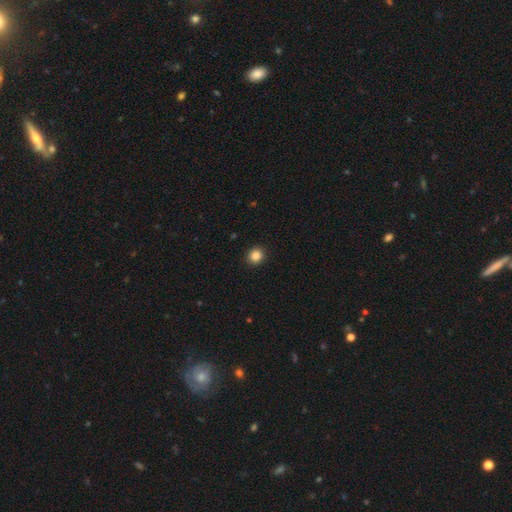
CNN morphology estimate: This is clearly a smooth galaxy (85%). How rounded: clearly round (83%). Merging: clearly none (93%).